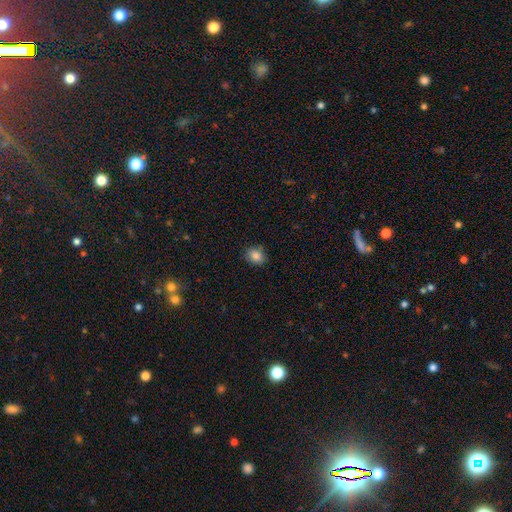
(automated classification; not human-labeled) smooth-or-featured: smooth: 85% | star or artifact: 10% | featured or disk: 5%
  how-rounded: in between: 52% | round: 47% | cigar-shaped: 1%
  merging: none: 82% | minor disturbance: 13% | major disturbance: 3% | merger: 2%